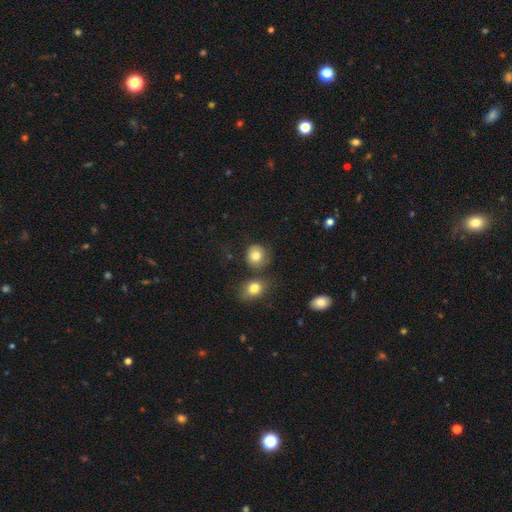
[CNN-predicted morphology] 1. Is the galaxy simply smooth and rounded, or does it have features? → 81% smooth, 10% star or artifact, 9% featured or disk.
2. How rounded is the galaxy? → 82% round, 17% in between, 1% cigar-shaped.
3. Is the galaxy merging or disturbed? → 70% none, 13% minor disturbance, 13% merger, 5% major disturbance.